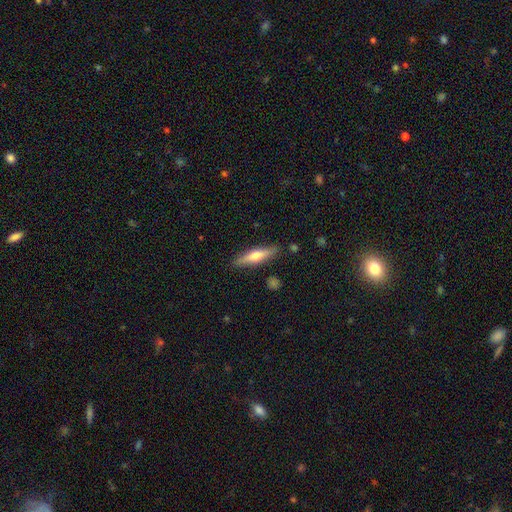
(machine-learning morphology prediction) smooth_or_featured: smooth (p=0.47) [tied with: featured or disk p=0.47]
merging: none (p=0.86) [alt: minor disturbance p=0.10]